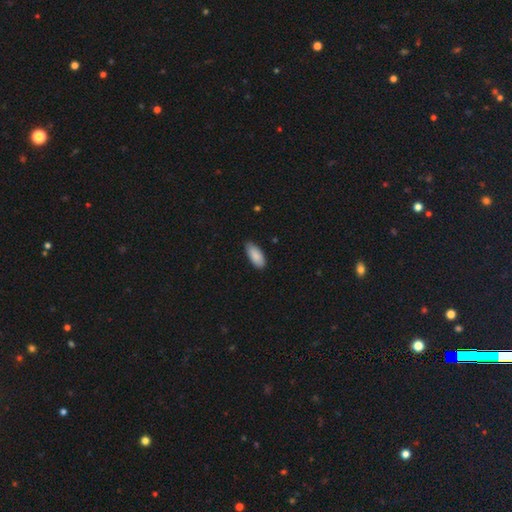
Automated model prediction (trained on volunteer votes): smooth 89%, star or artifact 6%, featured or disk 5%. Down the decision tree: how rounded — in between (86%); merging — none (78%).